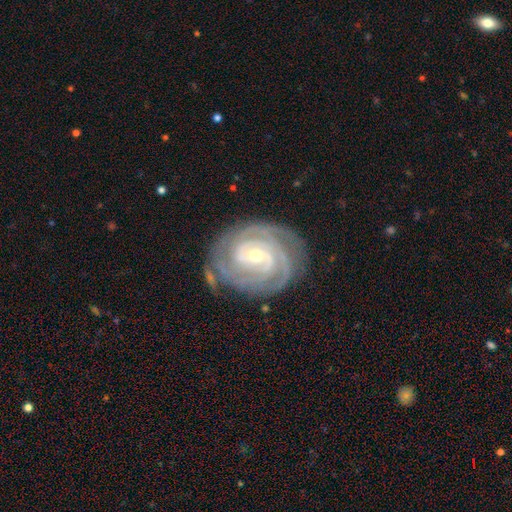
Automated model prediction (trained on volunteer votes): smooth-or-featured: featured or disk: 90% | star or artifact: 5% | smooth: 5%
  disk-edge-on: no: 97% | yes: 3%
    bar: no: 50% | weak: 35% | strong: 15%
    has-spiral-arms: yes: 98% | no: 2%
      spiral-winding: tight: 79% | medium: 18% | loose: 3%
      spiral-arm-count: 3: 31% | 2: 24% | can't tell: 18% | 4: 17% | more than 4: 6% | 1: 5%
    bulge-size: small: 62% | moderate: 35% | large: 2% | none: 1% | dominant: 1%
  merging: none: 76% | minor disturbance: 16% | major disturbance: 6% | merger: 2%